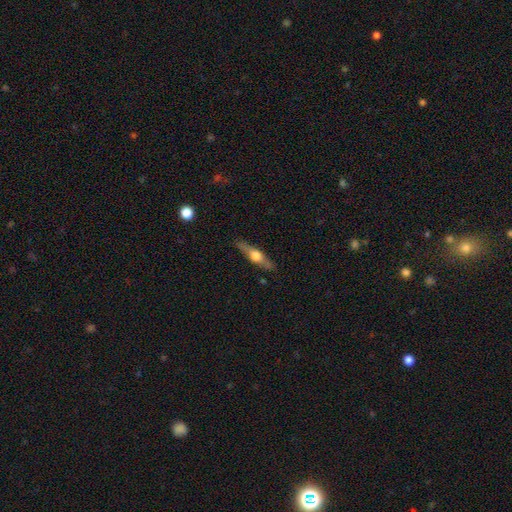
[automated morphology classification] Smooth or featured? Predicted: featured or disk (p=0.64). Edge-on disk? Predicted: yes (p=0.95). Edge-on bulge? Predicted: rounded (p=0.94). Merging? Predicted: none (p=0.87).